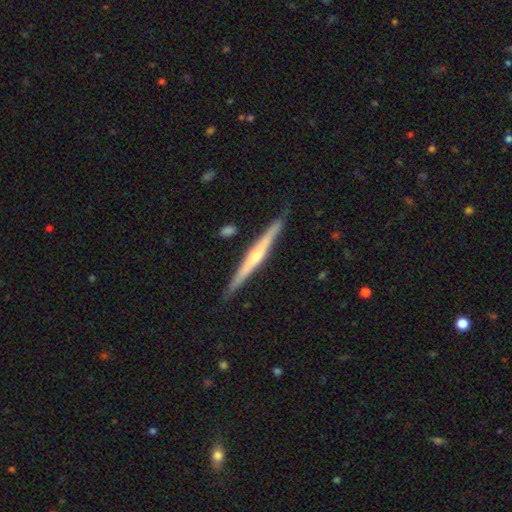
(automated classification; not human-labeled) Overall: featured or disk (71%). Edge-on disk: yes (97%). Edge-on bulge: rounded (74%). Merging: none (87%).